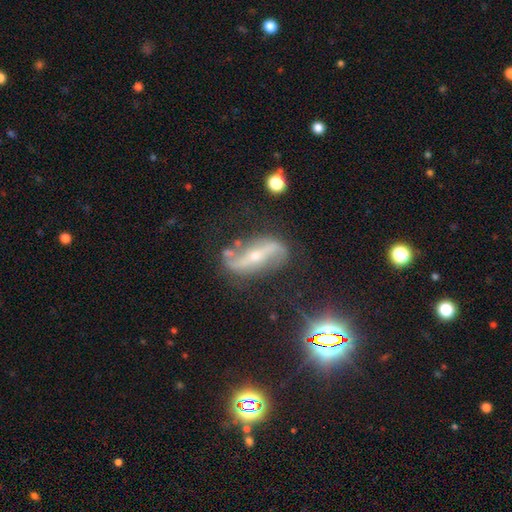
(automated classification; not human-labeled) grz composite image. It shows a featured or disk galaxy (83%) with a strong bar (63%), 2 (91%) loose (73%) spiral arms (88%) and a small central bulge (62%). Merging: none (73%).